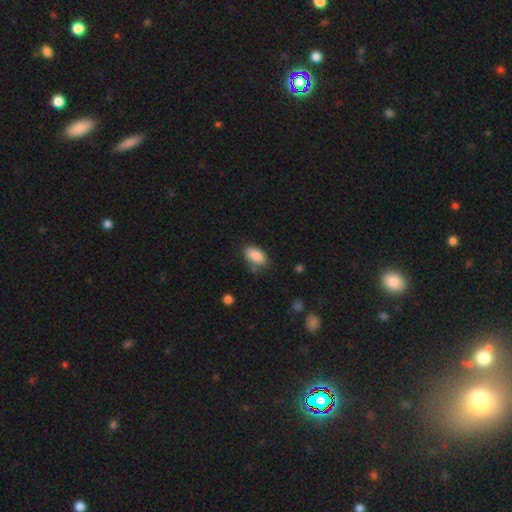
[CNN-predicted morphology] A smooth galaxy with no disk features (88%) that is in between round and cigar-shaped (92%). Merging: none (73%).